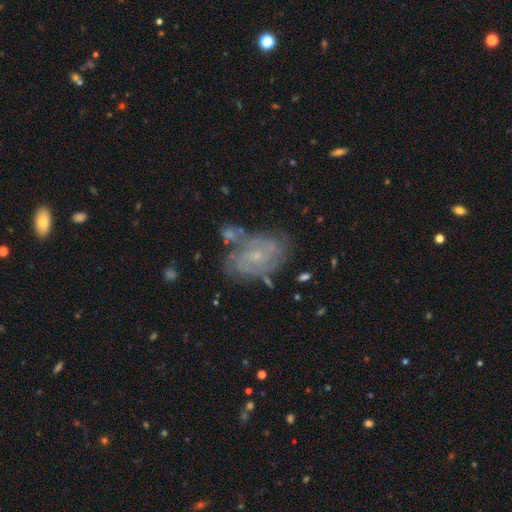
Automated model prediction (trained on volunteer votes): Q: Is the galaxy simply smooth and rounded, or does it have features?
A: featured or disk — 76%.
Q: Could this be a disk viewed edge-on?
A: no — 97%.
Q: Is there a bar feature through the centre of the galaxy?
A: no — 68%.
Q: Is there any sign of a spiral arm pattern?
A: yes — 88%.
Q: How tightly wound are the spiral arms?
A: tight — 61%.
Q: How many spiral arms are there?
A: can't tell — 42%.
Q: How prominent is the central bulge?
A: small — 75%.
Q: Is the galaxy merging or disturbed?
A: none — 61%.